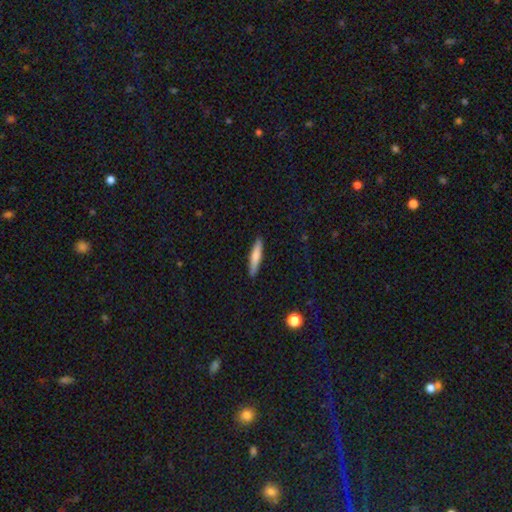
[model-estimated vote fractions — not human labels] This appears to be a smooth galaxy with no disk features (72%) that is cigar-shaped (90%). Merging: none (90%).